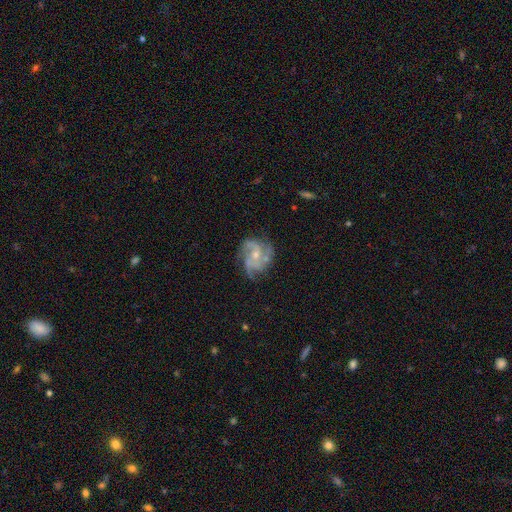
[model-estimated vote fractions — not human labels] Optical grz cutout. It shows a featured or disk galaxy (83%) with no bar (72%), 3 (49%) medium (50%) spiral arms (95%) and a small central bulge (57%). Merging: none (65%).